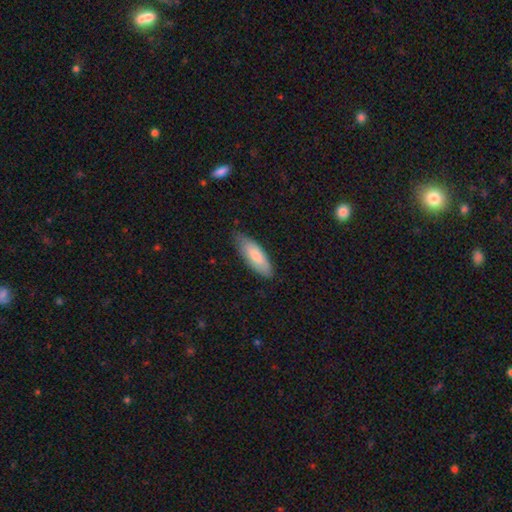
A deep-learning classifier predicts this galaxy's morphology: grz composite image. It shows a smooth galaxy with no disk features (80%) that is in between round and cigar-shaped (64%). Merging: none (77%).